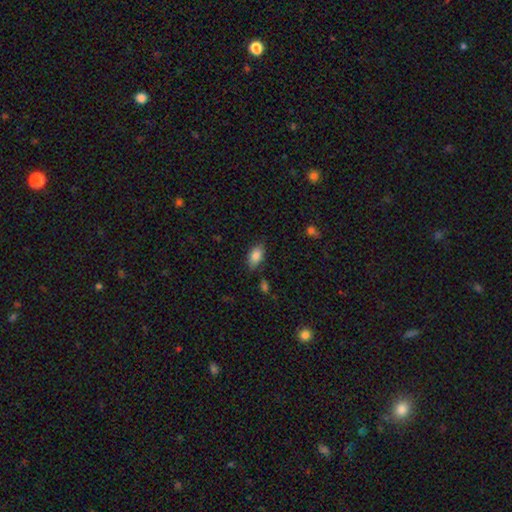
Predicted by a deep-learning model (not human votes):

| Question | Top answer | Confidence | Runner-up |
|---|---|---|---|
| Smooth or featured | smooth | 84% | featured or disk (8%) |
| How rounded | in between | 91% | round (5%) |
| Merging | none | 79% | minor disturbance (16%) |